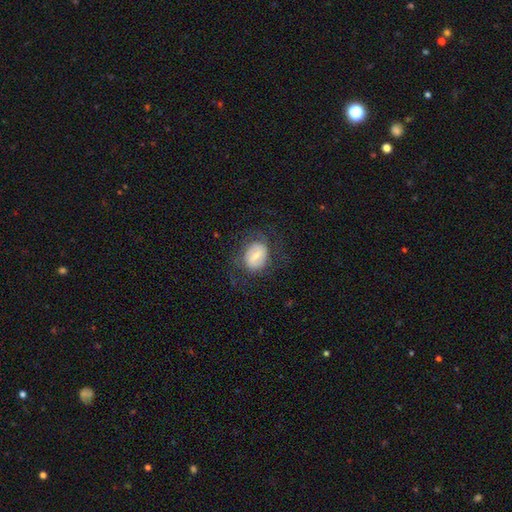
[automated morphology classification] Smooth or featured: featured or disk — 52% (smooth — 40%)
Edge-on disk: no — 96% (yes — 4%)
Merging: none — 62% (major disturbance — 19%)